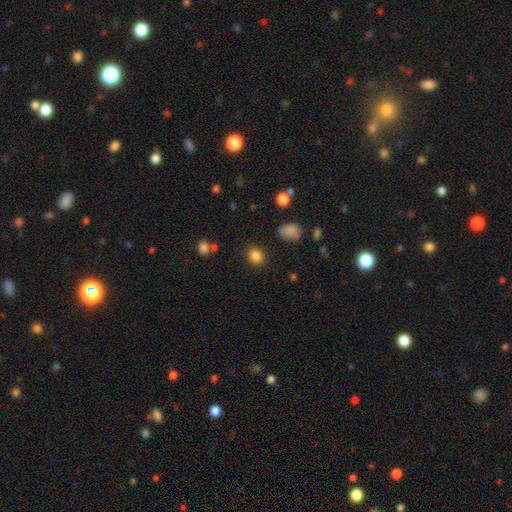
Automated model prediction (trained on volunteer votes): Overall: smooth (85%). How rounded: round (65%; in between 34%). Merging: none (86%).